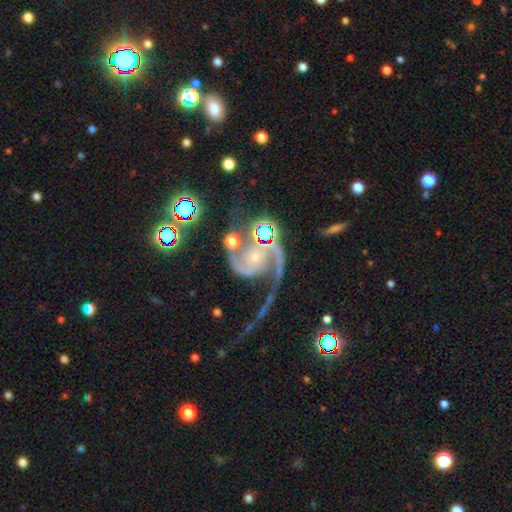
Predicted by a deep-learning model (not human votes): Smooth or featured? Predicted: featured or disk (p=0.90). Edge-on disk? Predicted: no (p=0.98). Bar? Predicted: no (p=0.69). Spiral arms? Predicted: yes (p=0.98). Spiral winding? Predicted: medium (p=0.48). Spiral arm count? Predicted: 2 (p=0.87). Bulge size? Predicted: small (p=0.68). Merging? Predicted: none (p=0.42).